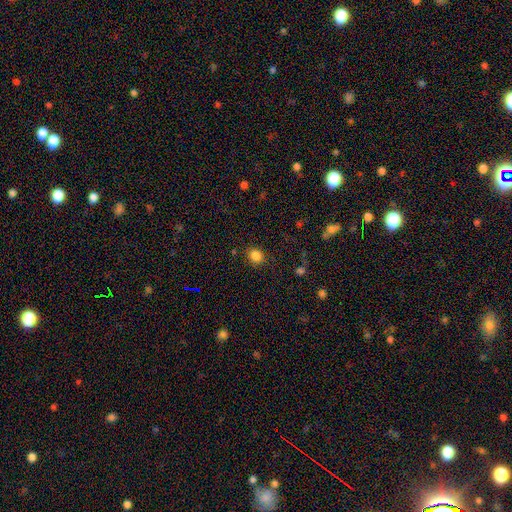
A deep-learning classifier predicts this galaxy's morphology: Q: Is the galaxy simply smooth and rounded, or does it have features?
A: smooth — 84%.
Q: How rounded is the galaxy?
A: round — 76%.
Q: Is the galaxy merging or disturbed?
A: none — 87%.